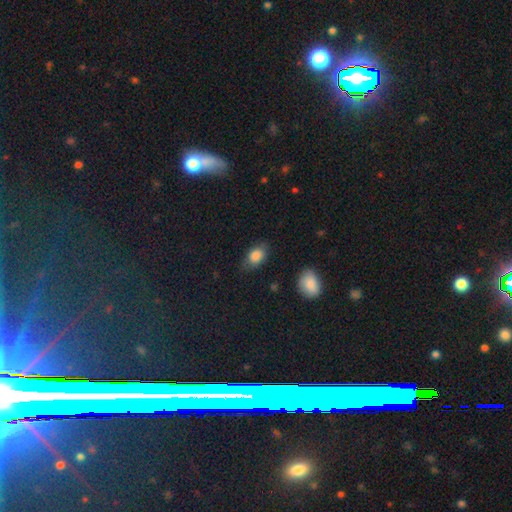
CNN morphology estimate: smooth_or_featured: smooth (p=0.85) [alt: star or artifact p=0.08]
how_rounded: in between (p=0.87) [alt: round p=0.11]
merging: none (p=0.73) [alt: minor disturbance p=0.20]